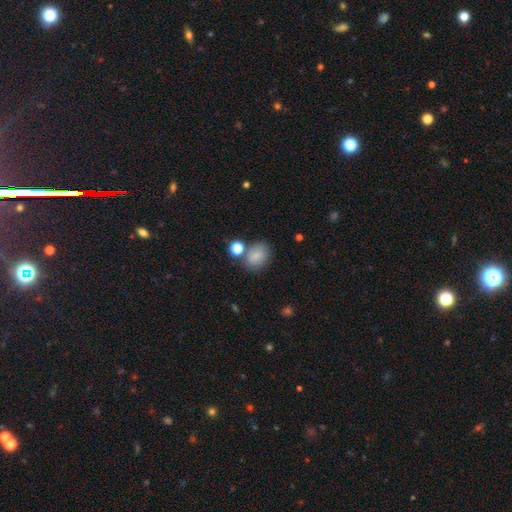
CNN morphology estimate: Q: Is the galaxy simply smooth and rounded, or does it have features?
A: smooth — 80%.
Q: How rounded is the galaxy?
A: in between — 53%.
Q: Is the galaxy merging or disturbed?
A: none — 67%.